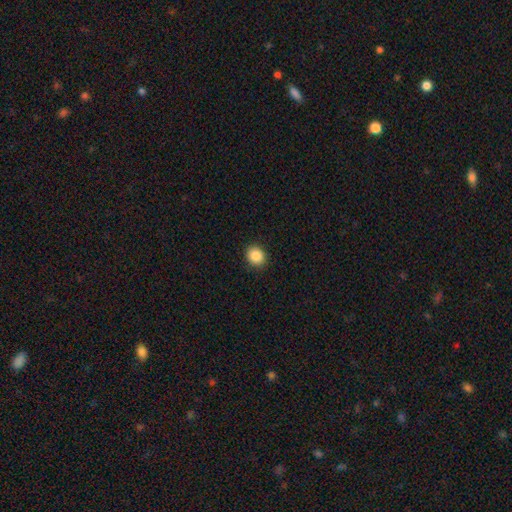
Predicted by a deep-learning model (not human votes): smooth_or_featured: smooth (p=0.87) [alt: star or artifact p=0.09]
how_rounded: round (p=0.71) [alt: in between p=0.28]
merging: none (p=0.90) [alt: minor disturbance p=0.07]